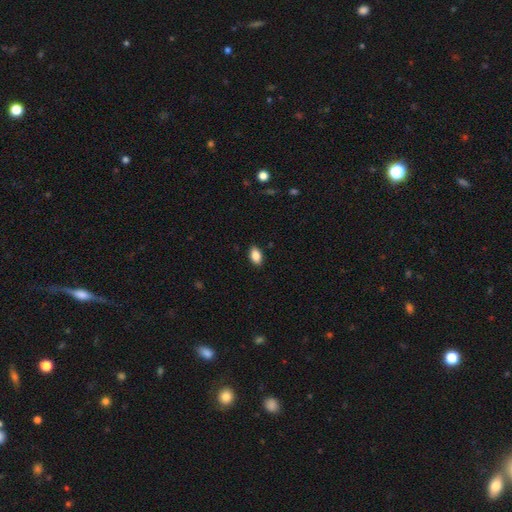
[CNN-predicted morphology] A smooth galaxy with no disk features (87%) that is in between round and cigar-shaped (91%).

Vote fractions:
- Smooth or featured? smooth: 87% / star or artifact: 8% / featured or disk: 6%
- How rounded? in between: 91% / round: 6% / cigar-shaped: 3%
- Merging? none: 89% / minor disturbance: 8% / major disturbance: 2% / merger: 1%